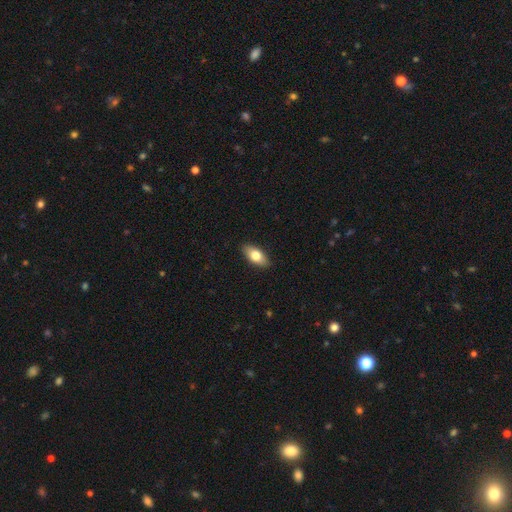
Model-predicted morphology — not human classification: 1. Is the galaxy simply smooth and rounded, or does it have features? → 76% smooth, 18% featured or disk, 6% star or artifact.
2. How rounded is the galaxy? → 87% in between, 9% cigar-shaped, 4% round.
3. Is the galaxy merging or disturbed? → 89% none, 9% minor disturbance, 2% major disturbance, 1% merger.